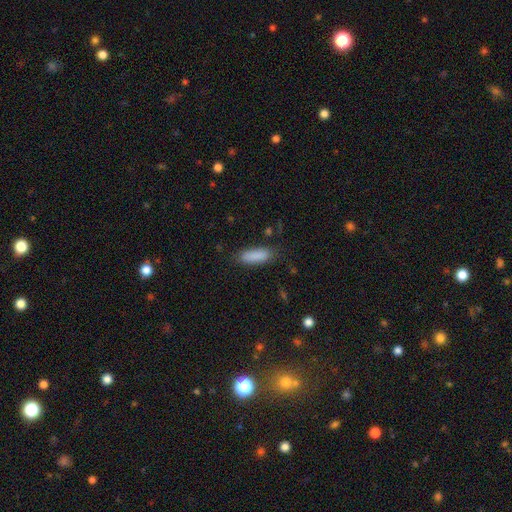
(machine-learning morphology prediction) A smooth galaxy with no disk features (88%) that is in between round and cigar-shaped (60%). Merging: none (81%).